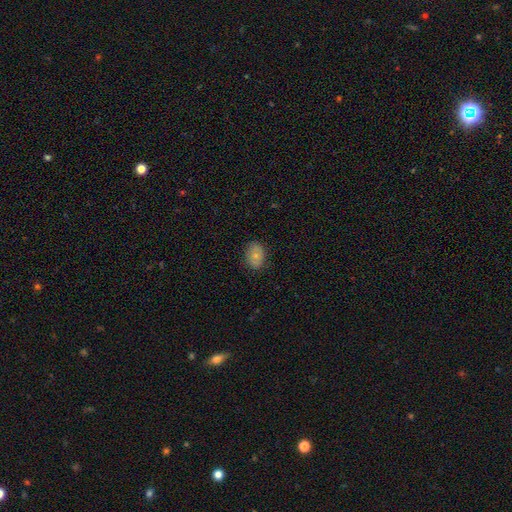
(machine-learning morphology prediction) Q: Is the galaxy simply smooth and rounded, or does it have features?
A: smooth — 74%.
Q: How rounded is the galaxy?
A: in between — 77%.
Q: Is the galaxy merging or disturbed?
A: none — 82%.